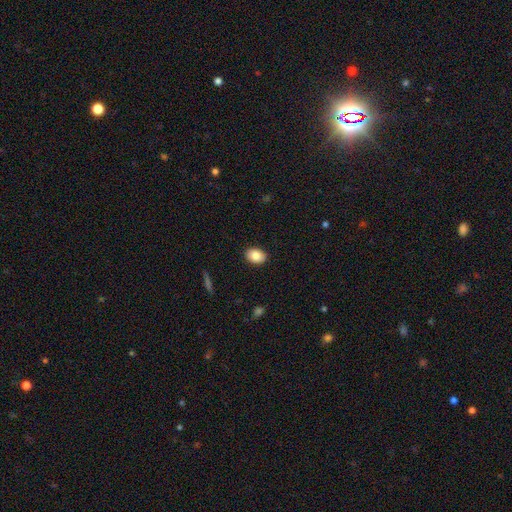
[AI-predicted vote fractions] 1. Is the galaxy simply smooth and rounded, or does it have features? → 85% smooth, 8% star or artifact, 8% featured or disk.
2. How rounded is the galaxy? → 75% in between, 24% round, 1% cigar-shaped.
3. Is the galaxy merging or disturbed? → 89% none, 8% minor disturbance, 2% major disturbance, 1% merger.